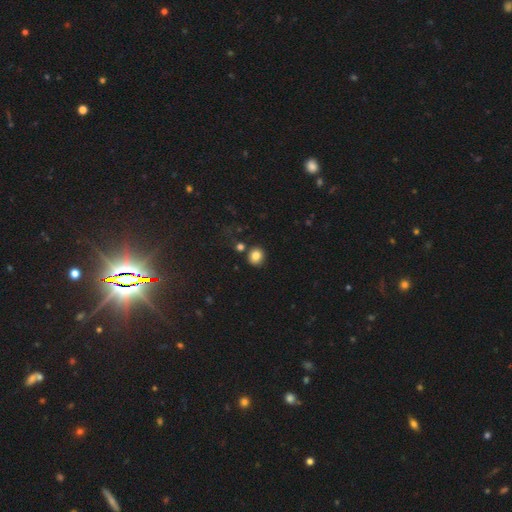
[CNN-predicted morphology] smooth_or_featured: smooth (p=0.82) [alt: star or artifact p=0.11]
how_rounded: round (p=0.83) [alt: in between p=0.16]
merging: none (p=0.81) [alt: minor disturbance p=0.09]